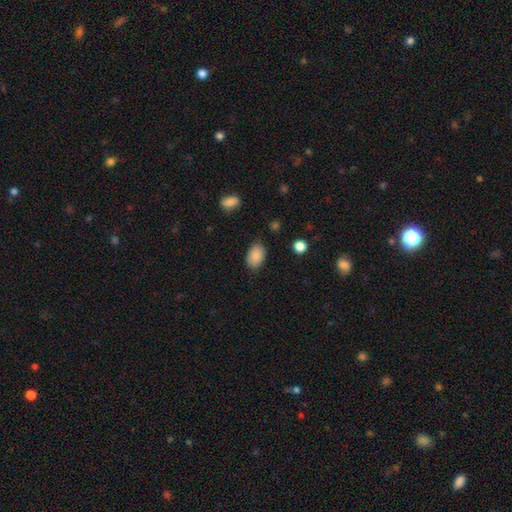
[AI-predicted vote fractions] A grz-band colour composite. It shows a smooth galaxy with no disk features (87%) that is in between round and cigar-shaped (89%). Merging: none (83%).